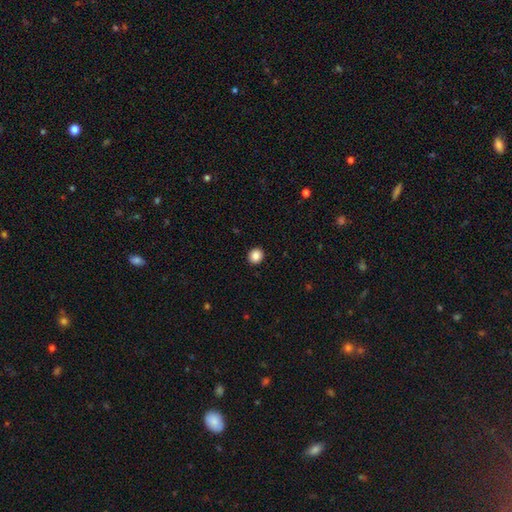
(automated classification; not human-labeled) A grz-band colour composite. It shows a smooth galaxy with no disk features (87%) that is round (85%). Merging: none (93%).